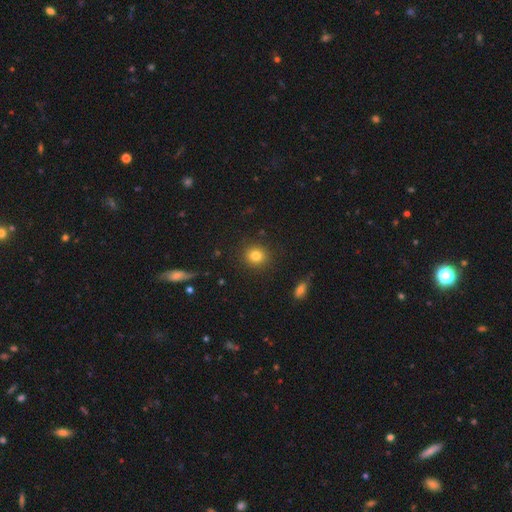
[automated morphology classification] A smooth galaxy with no disk features (82%) that is round (85%). Merging: none (90%).